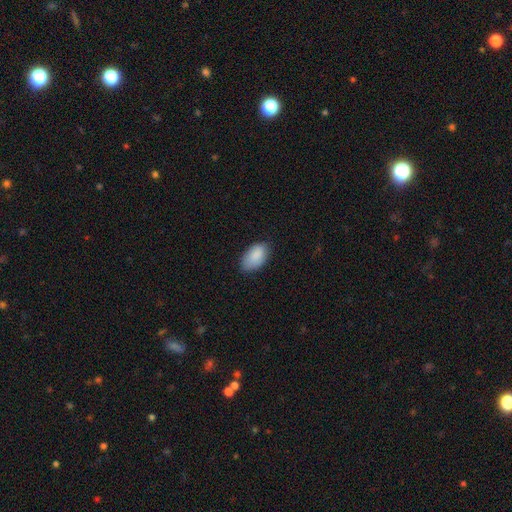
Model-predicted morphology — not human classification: Smooth or featured: smooth — 89% (star or artifact — 6%)
How rounded: in between — 94% (round — 4%)
Merging: none — 77% (minor disturbance — 19%)